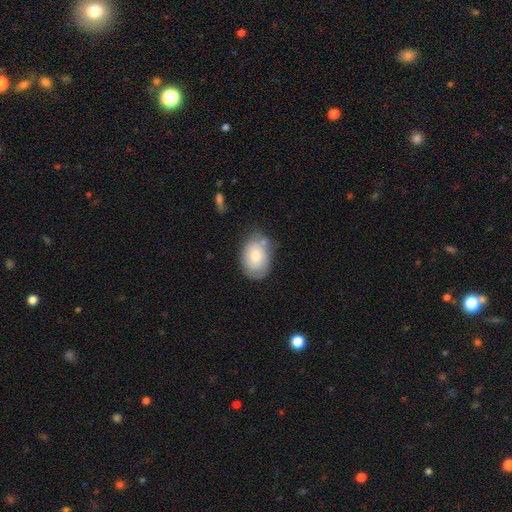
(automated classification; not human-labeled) Morphology: type=smooth (75%); roundness=in between (82%); merging=none (65%).